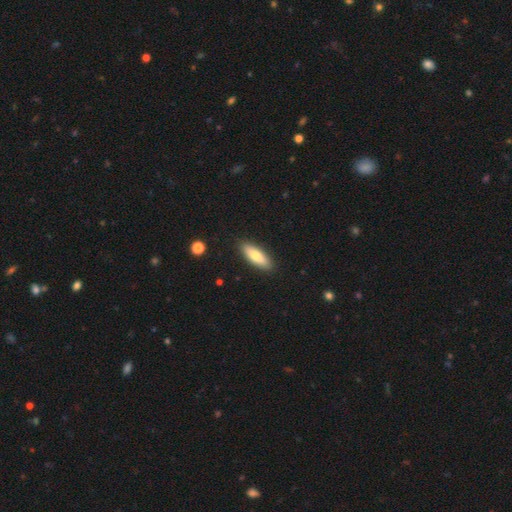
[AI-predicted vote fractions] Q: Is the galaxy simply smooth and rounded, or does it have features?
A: smooth — 75%.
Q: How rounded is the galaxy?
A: in between — 57%.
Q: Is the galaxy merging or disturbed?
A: none — 89%.